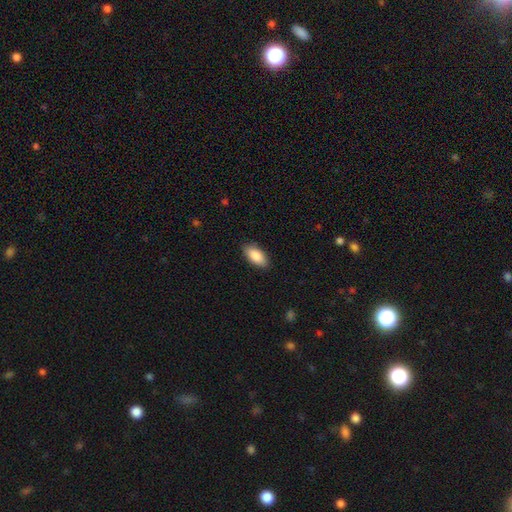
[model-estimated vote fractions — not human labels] This appears to be a smooth galaxy with no disk features (88%) that is in between round and cigar-shaped (92%). Merging: none (88%).